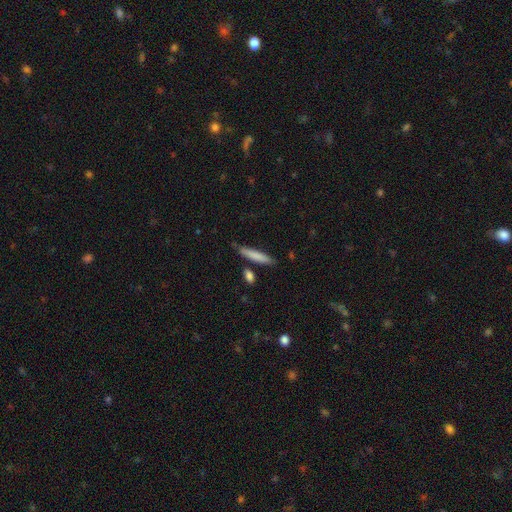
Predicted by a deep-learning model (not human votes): smooth-or-featured: smooth: 80% | featured or disk: 15% | star or artifact: 6%
  how-rounded: cigar-shaped: 88% | in between: 11% | round: 1%
  merging: none: 79% | minor disturbance: 13% | merger: 5% | major disturbance: 3%